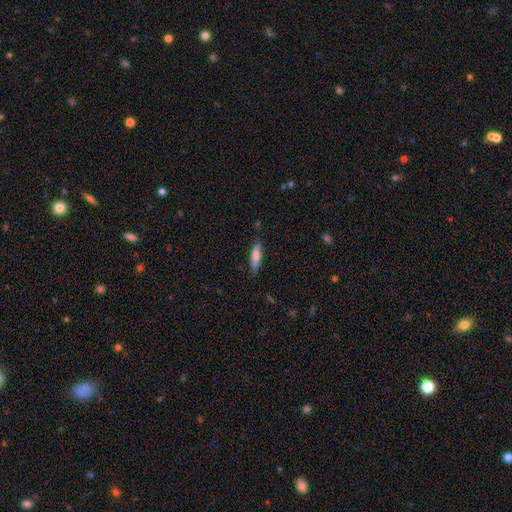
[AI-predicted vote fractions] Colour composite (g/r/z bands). It shows a smooth galaxy with no disk features (76%) that is cigar-shaped (76%). Merging: none (83%).